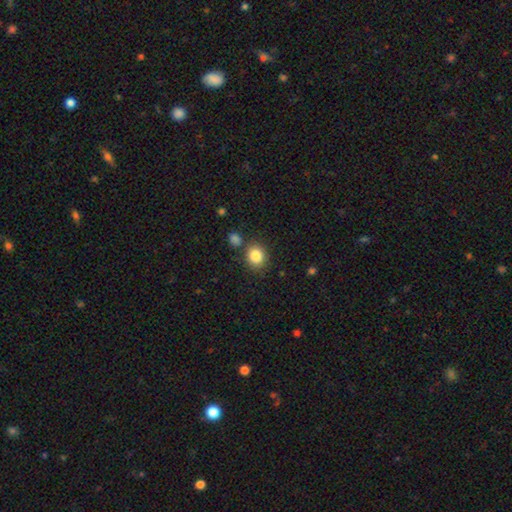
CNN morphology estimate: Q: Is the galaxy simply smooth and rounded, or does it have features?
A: smooth — 85%.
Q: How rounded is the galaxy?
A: round — 71%.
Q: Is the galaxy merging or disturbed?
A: none — 78%.